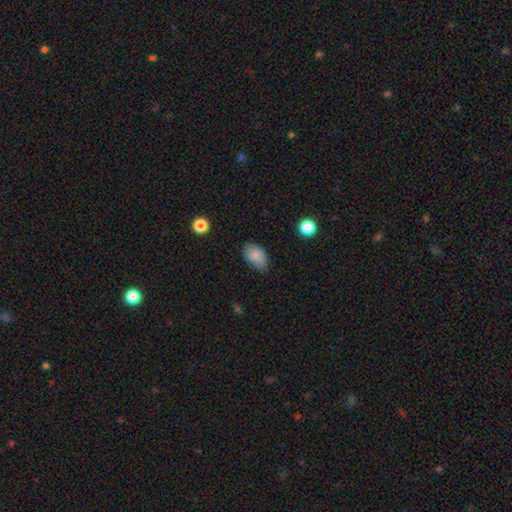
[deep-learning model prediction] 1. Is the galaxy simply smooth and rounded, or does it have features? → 85% smooth, 8% star or artifact, 7% featured or disk.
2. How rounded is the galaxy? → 88% in between, 10% round, 1% cigar-shaped.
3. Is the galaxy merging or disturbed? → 69% none, 25% minor disturbance, 4% major disturbance, 1% merger.